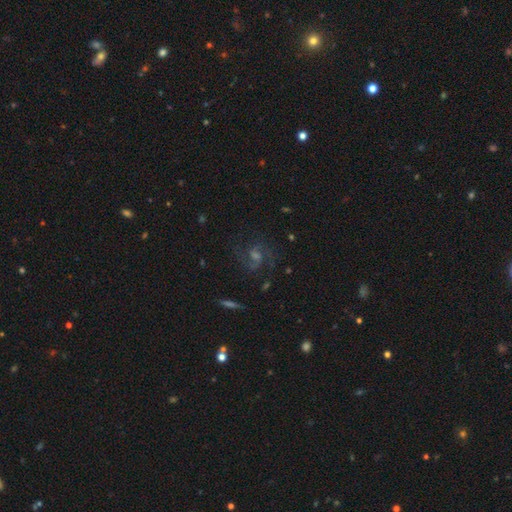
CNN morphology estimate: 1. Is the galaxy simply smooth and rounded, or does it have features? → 68% featured or disk, 20% star or artifact, 12% smooth.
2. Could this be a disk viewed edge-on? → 96% no, 4% yes.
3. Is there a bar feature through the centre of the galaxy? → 49% weak, 37% no, 14% strong.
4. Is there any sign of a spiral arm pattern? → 94% yes, 6% no.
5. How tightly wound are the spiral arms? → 55% medium, 27% loose, 18% tight.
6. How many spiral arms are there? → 77% 2, 9% can't tell, 6% 3, 3% 1, 2% 4, 2% more than 4.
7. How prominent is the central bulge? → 41% moderate, 36% small, 11% none, 10% large, 2% dominant.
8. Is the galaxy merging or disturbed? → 75% none, 13% minor disturbance, 10% major disturbance, 2% merger.